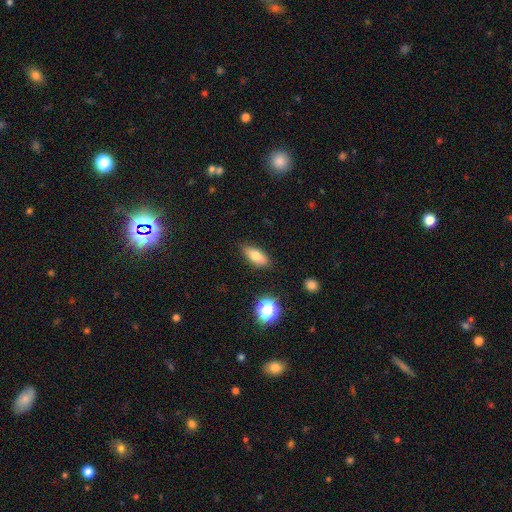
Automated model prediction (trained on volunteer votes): smooth 76%, featured or disk 15%, star or artifact 9%. Down the decision tree: how rounded — in between (77%); merging — none (84%).